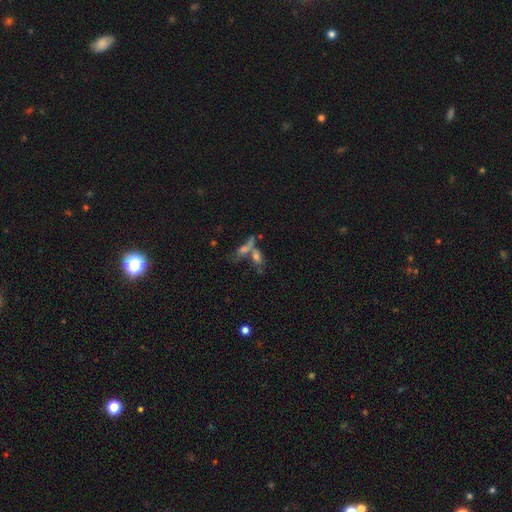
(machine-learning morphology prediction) A smooth galaxy with no disk features (40%). Merging: merger (45%).